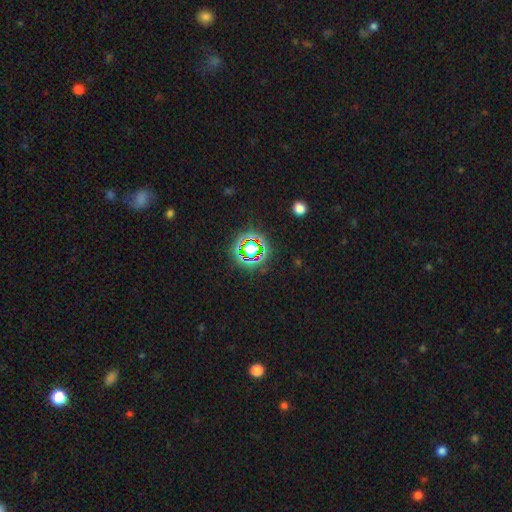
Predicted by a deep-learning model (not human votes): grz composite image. It shows a star or artifact, not a galaxy (75%).